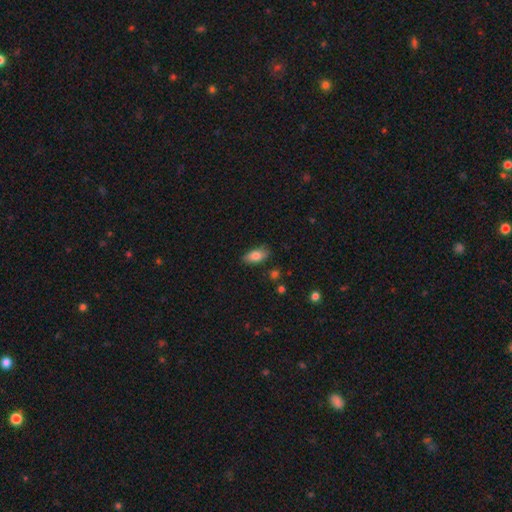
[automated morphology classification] A smooth galaxy with no disk features (82%) that is in between round and cigar-shaped (89%). Merging: none (81%).